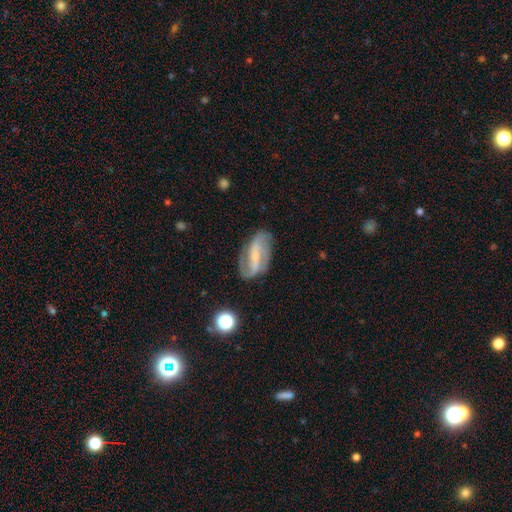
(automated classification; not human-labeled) A featured or disk galaxy (80%) with a strong bar (49%), 2 (83%) medium (40%) spiral arms (92%) and a small central bulge (63%). Merging: none (73%).